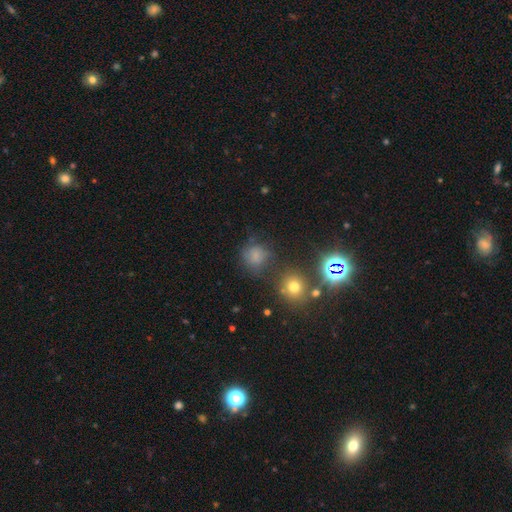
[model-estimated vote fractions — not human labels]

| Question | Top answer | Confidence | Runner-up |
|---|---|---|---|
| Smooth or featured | smooth | 66% | star or artifact (23%) |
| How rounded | round | 81% | in between (17%) |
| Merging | none | 62% | minor disturbance (19%) |